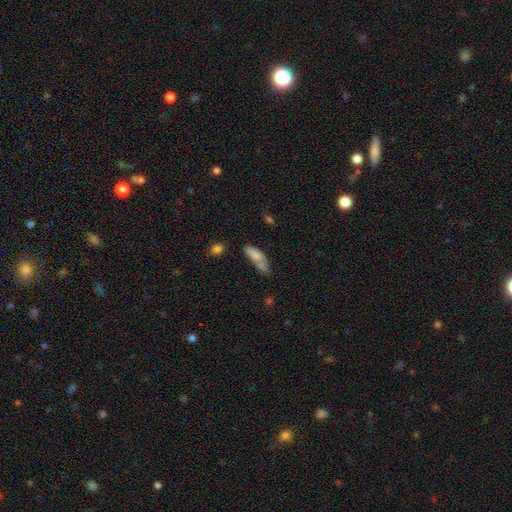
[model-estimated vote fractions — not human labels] Smooth or featured?
  - smooth: 78% *
  - featured or disk: 14%
  - star or artifact: 9%
How rounded?
  - in between: 61% *
  - cigar-shaped: 36%
  - round: 3%
Merging?
  - none: 40% *
  - minor disturbance: 26%
  - merger: 23%
  - major disturbance: 11%